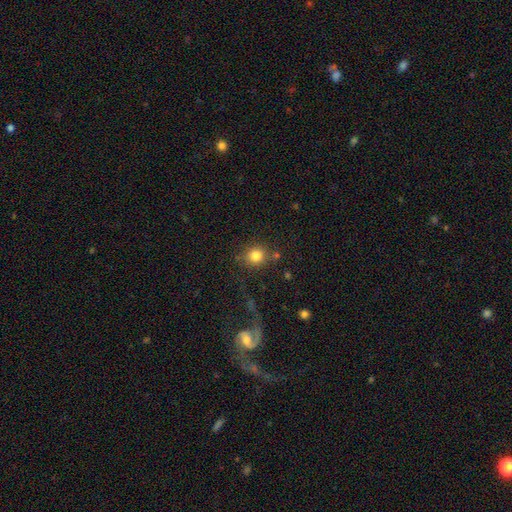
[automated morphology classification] smooth_or_featured: smooth (p=0.83) [alt: star or artifact p=0.11]
how_rounded: round (p=0.83) [alt: in between p=0.16]
merging: none (p=0.77) [alt: minor disturbance p=0.11]